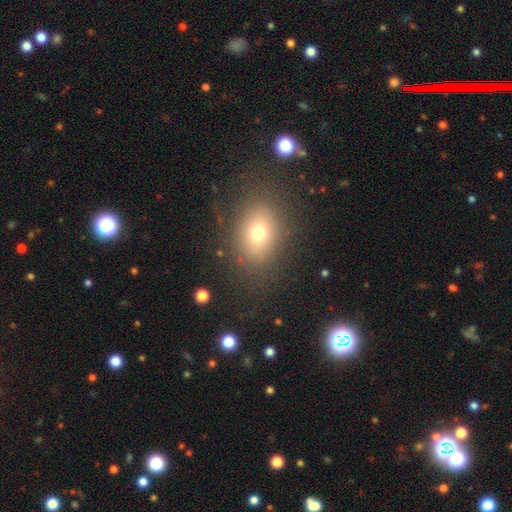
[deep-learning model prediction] This appears to be a smooth galaxy with no disk features (67%) that is in between round and cigar-shaped (64%). Merging: none (82%).